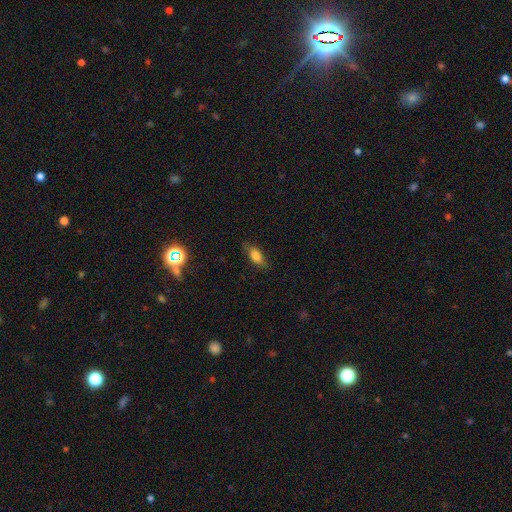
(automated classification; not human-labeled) Smooth or featured: smooth — 74% (featured or disk — 16%)
How rounded: in between — 78% (cigar-shaped — 16%)
Merging: none — 76% (minor disturbance — 18%)